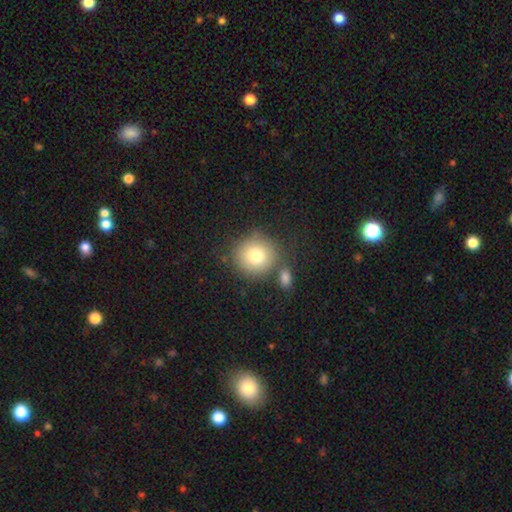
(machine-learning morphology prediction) Q: Smooth or featured?
A: smooth (78%); runner-up: featured or disk (12%)
Q: How rounded?
A: round (91%); runner-up: in between (8%)
Q: Merging?
A: none (69%); runner-up: merger (15%)